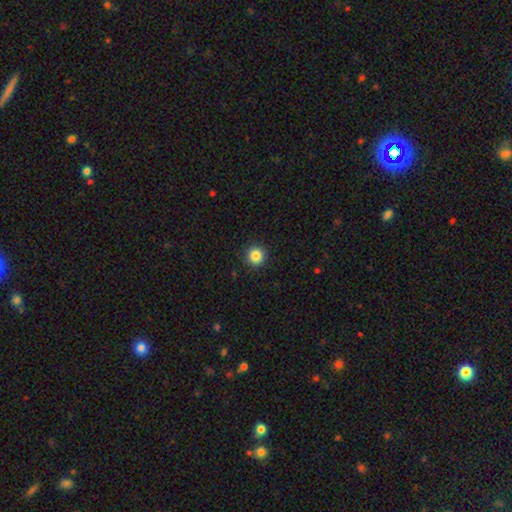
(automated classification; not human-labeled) smooth-or-featured: smooth: 85% | star or artifact: 11% | featured or disk: 4%
  how-rounded: round: 95% | in between: 5% | cigar-shaped: 1%
  merging: none: 92% | minor disturbance: 5% | major disturbance: 2% | merger: 1%